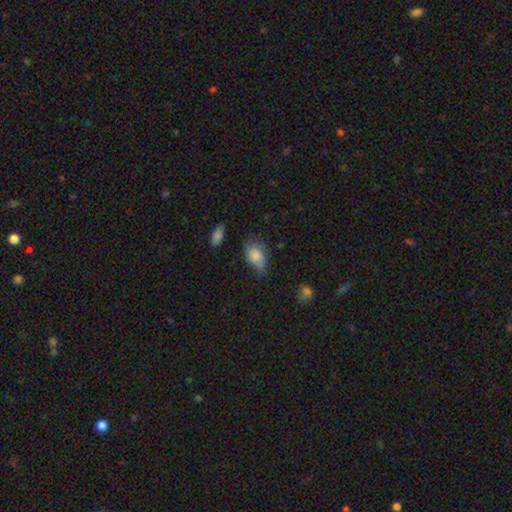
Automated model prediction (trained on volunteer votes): smooth-or-featured: smooth: 79% | featured or disk: 13% | star or artifact: 8%
  how-rounded: in between: 84% | round: 14% | cigar-shaped: 2%
  merging: none: 51% | minor disturbance: 35% | major disturbance: 12% | merger: 3%